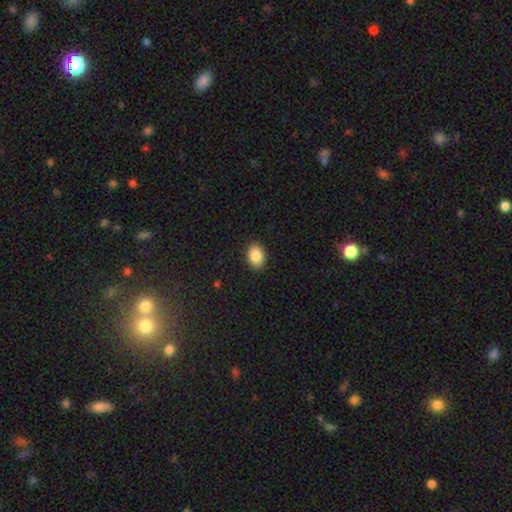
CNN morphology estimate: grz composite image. It shows a smooth galaxy with no disk features (87%) that is in between round and cigar-shaped (77%). Merging: none (90%).